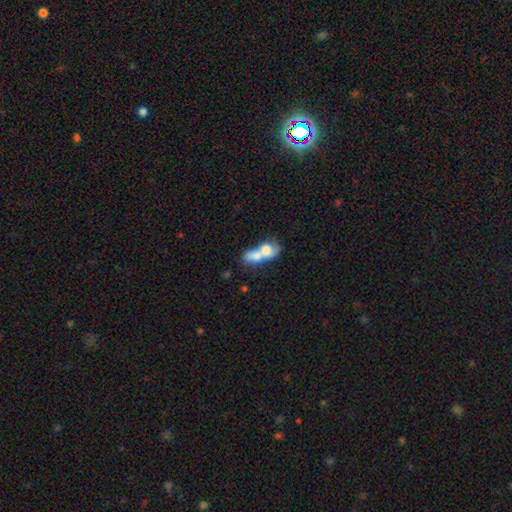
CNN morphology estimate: The model was most divided on "how rounded": in between: 63%, round: 29%, cigar-shaped: 9%. More confident: merging — merger (79%); smooth or featured — smooth (64%).